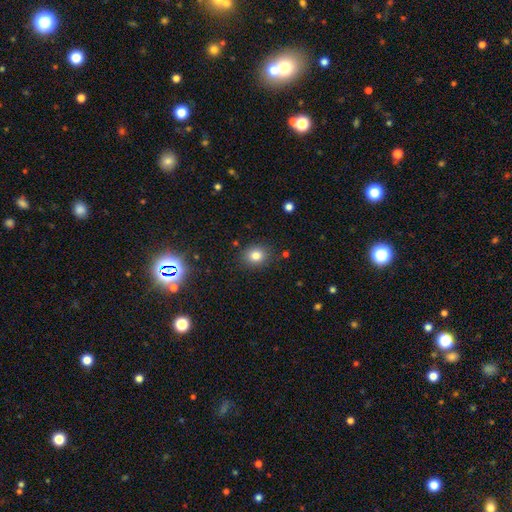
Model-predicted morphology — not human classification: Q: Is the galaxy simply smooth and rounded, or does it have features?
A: smooth — 82%.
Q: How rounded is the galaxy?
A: round — 67%.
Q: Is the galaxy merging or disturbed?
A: none — 86%.